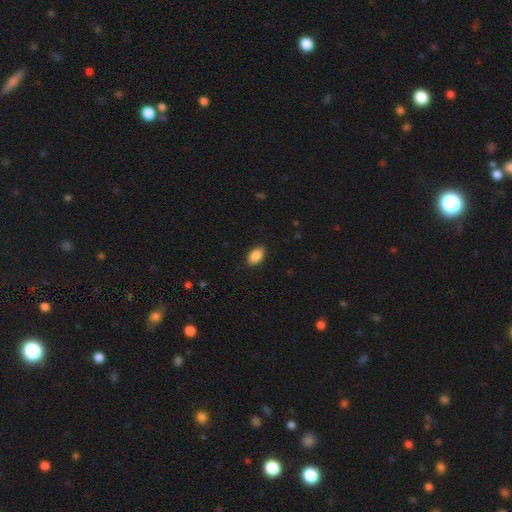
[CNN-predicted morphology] Smooth or featured: smooth — 89% (star or artifact — 7%)
How rounded: in between — 93% (round — 5%)
Merging: none — 89% (minor disturbance — 9%)